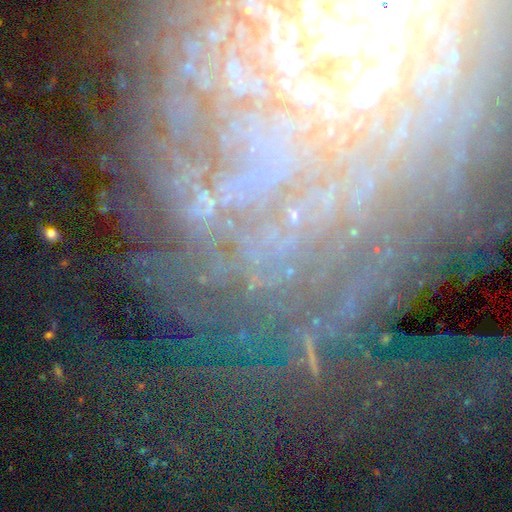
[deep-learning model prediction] A featured or disk galaxy (51%).

Vote fractions:
- Smooth or featured? featured or disk: 51% / star or artifact: 36% / smooth: 13%
- Edge-on disk? no: 91% / yes: 9%
- Merging? none: 71% / minor disturbance: 15% / major disturbance: 10% / merger: 5%